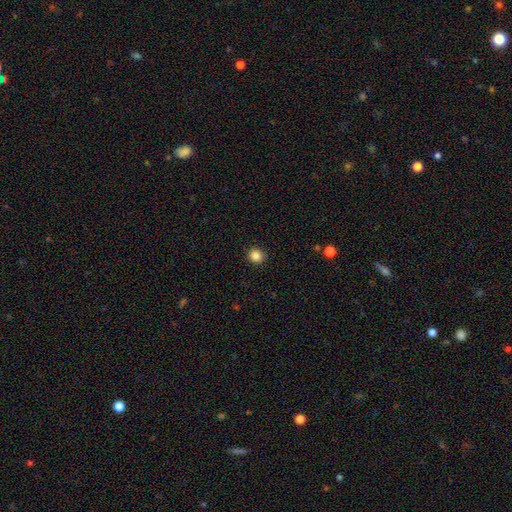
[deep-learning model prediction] The model was most divided on "how rounded": round: 87%, in between: 13%, cigar-shaped: 1%. More confident: merging — none (91%); smooth or featured — smooth (86%).